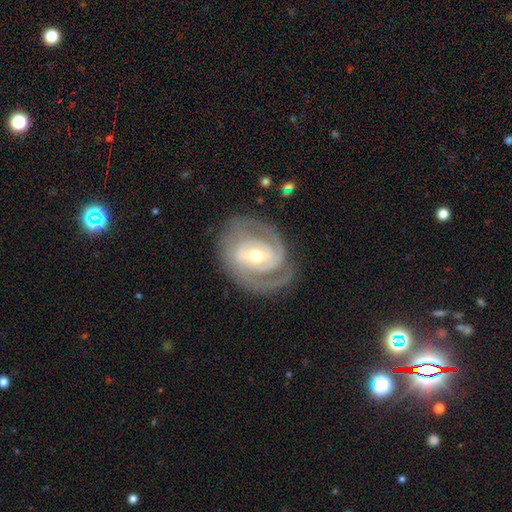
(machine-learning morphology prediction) Q: Smooth or featured?
A: featured or disk (89%); runner-up: smooth (7%)
Q: Edge-on disk?
A: no (97%); runner-up: yes (3%)
Q: Bar?
A: weak (43%); runner-up: strong (35%)
Q: Spiral arms?
A: yes (96%); runner-up: no (4%)
Q: Spiral winding?
A: tight (64%); runner-up: medium (30%)
Q: Spiral arm count?
A: 2 (64%); runner-up: 3 (14%)
Q: Bulge size?
A: moderate (58%); runner-up: small (37%)
Q: Merging?
A: none (78%); runner-up: minor disturbance (14%)